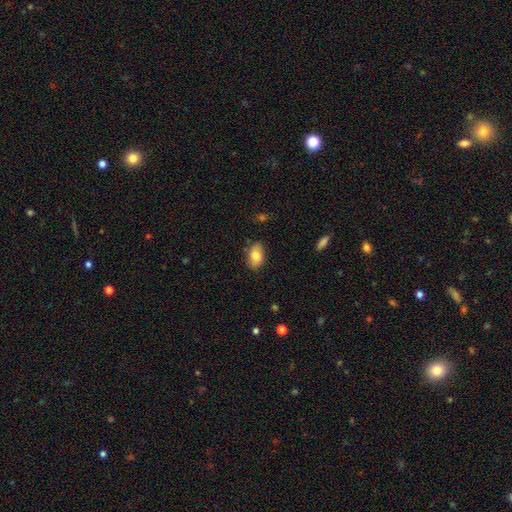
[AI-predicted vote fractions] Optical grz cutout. It shows a smooth galaxy with no disk features (83%) that is in between round and cigar-shaped (89%). Merging: none (82%).